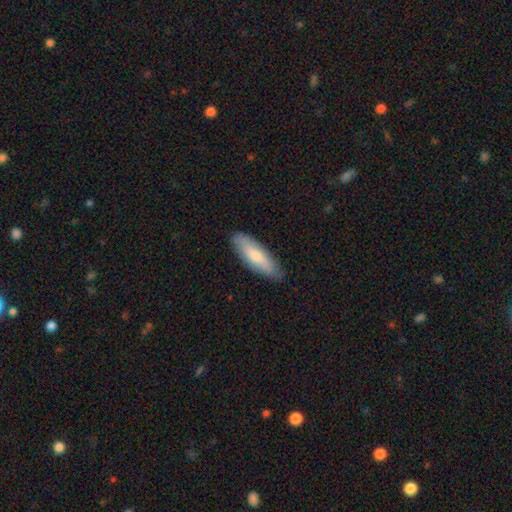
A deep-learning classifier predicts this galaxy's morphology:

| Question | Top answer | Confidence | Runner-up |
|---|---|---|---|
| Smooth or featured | smooth | 73% | featured or disk (22%) |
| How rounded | in between | 51% | cigar-shaped (47%) |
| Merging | none | 83% | minor disturbance (13%) |